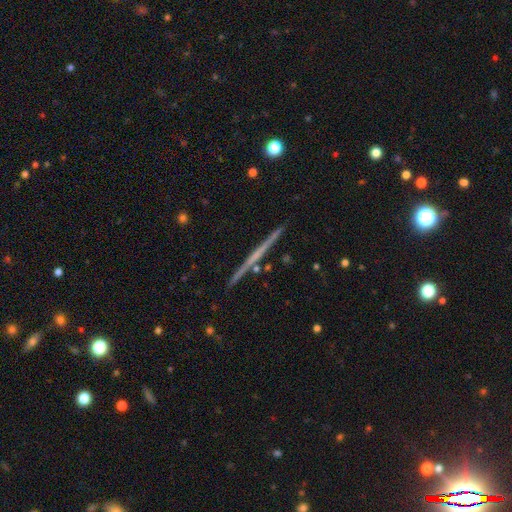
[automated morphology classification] This is likely a featured or disk galaxy (66%). It is clearly viewed edge-on (98%). Edge-on bulge: clearly none (84%). Merging: clearly none (91%).